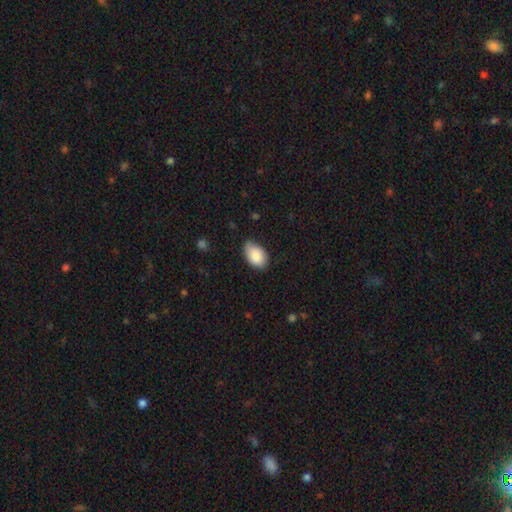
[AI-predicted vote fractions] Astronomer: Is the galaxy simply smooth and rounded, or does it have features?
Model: smooth — 86%.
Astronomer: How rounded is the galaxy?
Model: in between — 90%.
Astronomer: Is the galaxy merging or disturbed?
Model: none — 70%.